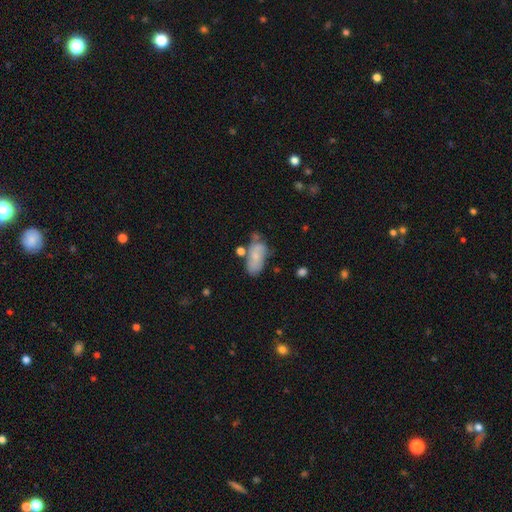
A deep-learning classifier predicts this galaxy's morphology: Q: Smooth or featured?
A: smooth (60%); runner-up: featured or disk (31%)
Q: How rounded?
A: in between (90%); runner-up: cigar-shaped (6%)
Q: Merging?
A: none (42%); runner-up: minor disturbance (29%)